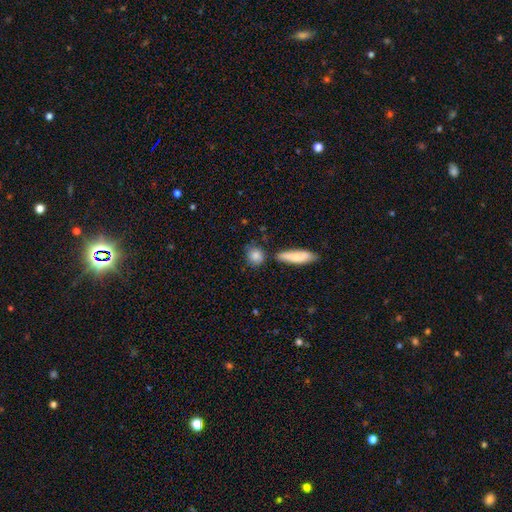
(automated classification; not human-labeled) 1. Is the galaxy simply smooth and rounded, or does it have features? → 84% smooth, 9% featured or disk, 8% star or artifact.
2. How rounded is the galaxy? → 67% round, 26% in between, 7% cigar-shaped.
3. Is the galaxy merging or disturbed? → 71% none, 15% minor disturbance, 9% merger, 4% major disturbance.